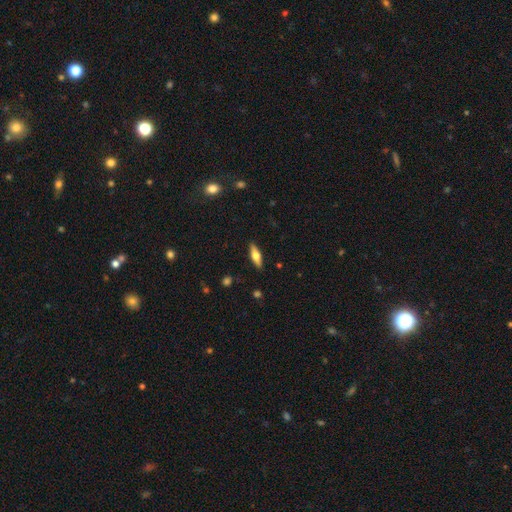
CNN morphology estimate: Smooth or featured? Predicted: smooth (p=0.50). Merging? Predicted: none (p=0.89).